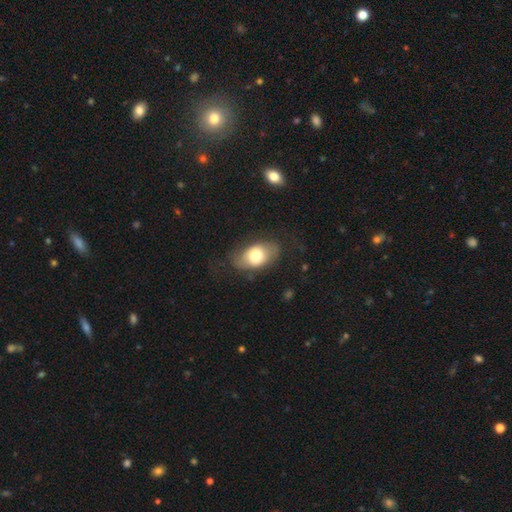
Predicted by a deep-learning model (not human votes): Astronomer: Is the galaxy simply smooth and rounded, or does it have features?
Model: smooth — 71%.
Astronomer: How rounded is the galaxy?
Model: in between — 87%.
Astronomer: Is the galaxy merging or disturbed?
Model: none — 66%.